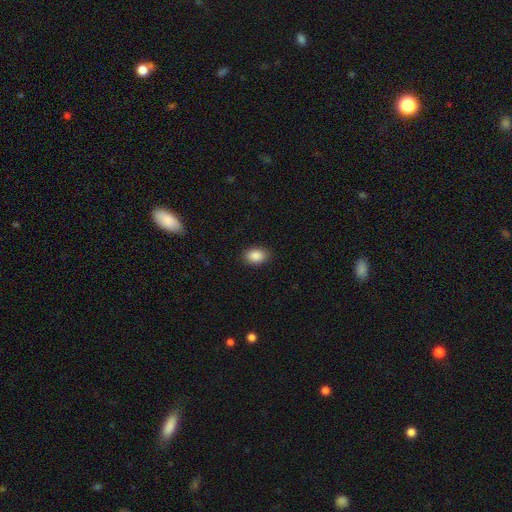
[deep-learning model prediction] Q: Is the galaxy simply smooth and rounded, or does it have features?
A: smooth — 89%.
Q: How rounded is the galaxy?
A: in between — 79%.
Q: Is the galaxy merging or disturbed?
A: none — 89%.